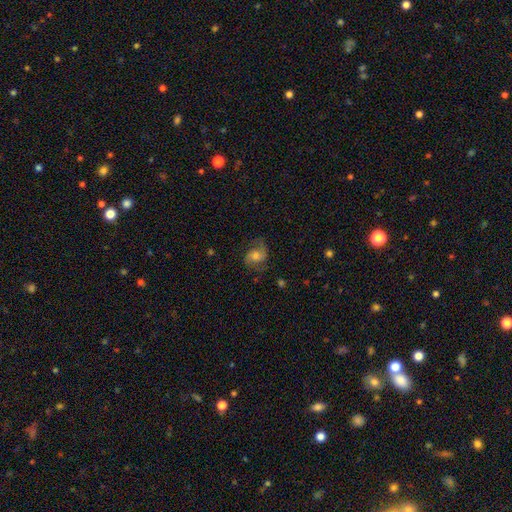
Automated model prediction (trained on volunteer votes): This appears to be a featured or disk galaxy (63%) with no bar (59%), 2 (87%) medium (44%) spiral arms (92%) and a moderate central bulge (51%). Merging: none (68%).